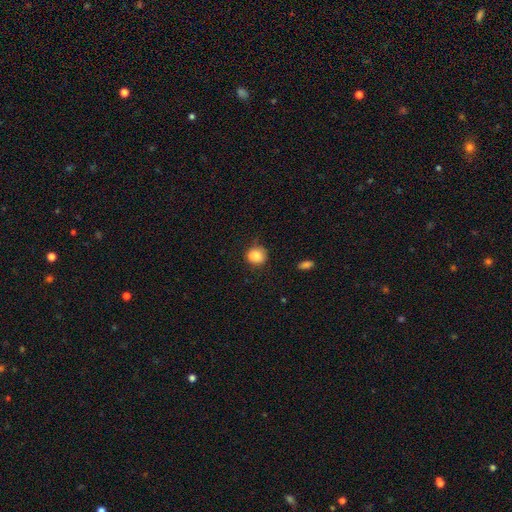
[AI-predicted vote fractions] smooth-or-featured: smooth: 85% | star or artifact: 9% | featured or disk: 6%
  how-rounded: round: 78% | in between: 21% | cigar-shaped: 1%
  merging: none: 74% | minor disturbance: 20% | major disturbance: 5% | merger: 2%